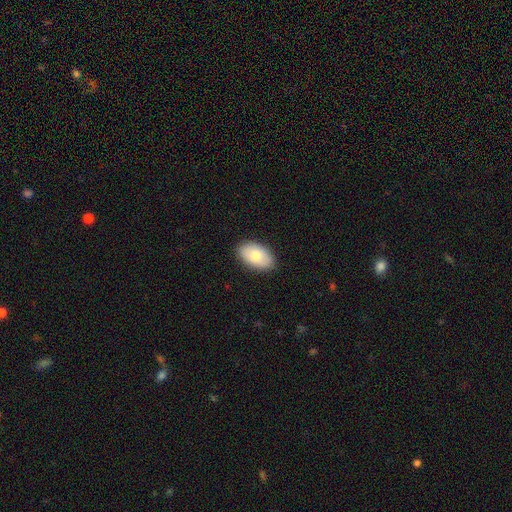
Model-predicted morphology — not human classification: This appears to be a smooth galaxy with no disk features (77%) that is in between round and cigar-shaped (93%). Merging: none (87%).